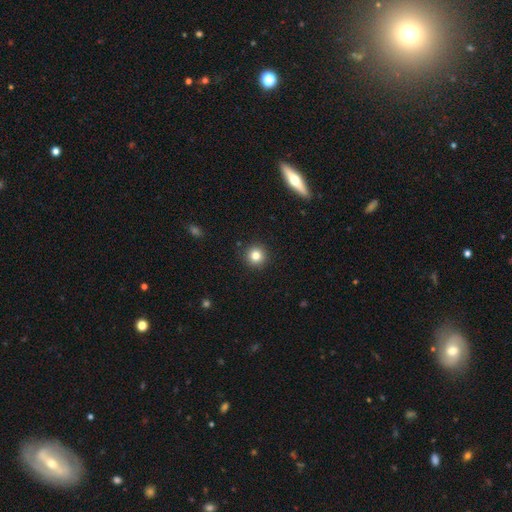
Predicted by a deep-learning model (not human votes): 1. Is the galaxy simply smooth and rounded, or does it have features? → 82% smooth, 11% star or artifact, 7% featured or disk.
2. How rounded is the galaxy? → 95% round, 4% in between, 1% cigar-shaped.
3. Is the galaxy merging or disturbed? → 92% none, 5% minor disturbance, 2% major disturbance, 1% merger.